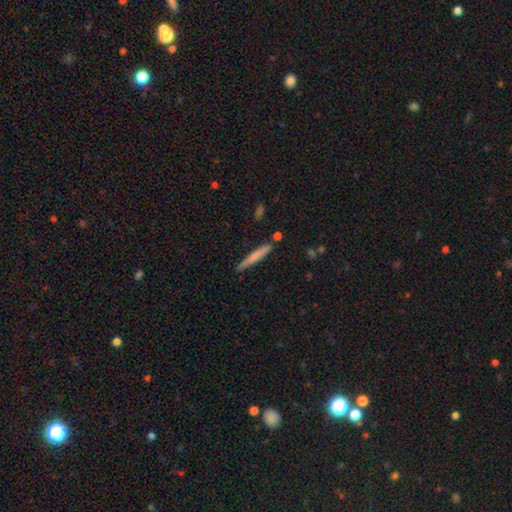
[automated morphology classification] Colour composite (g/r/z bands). It shows a smooth galaxy with no disk features (66%) that is cigar-shaped (96%). Merging: none (84%).